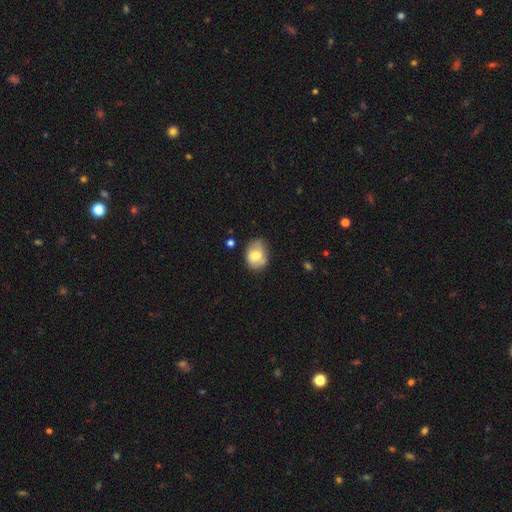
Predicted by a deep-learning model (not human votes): This appears to be a smooth galaxy with no disk features (63%) that is in between round and cigar-shaped (60%). Merging: none (56%).